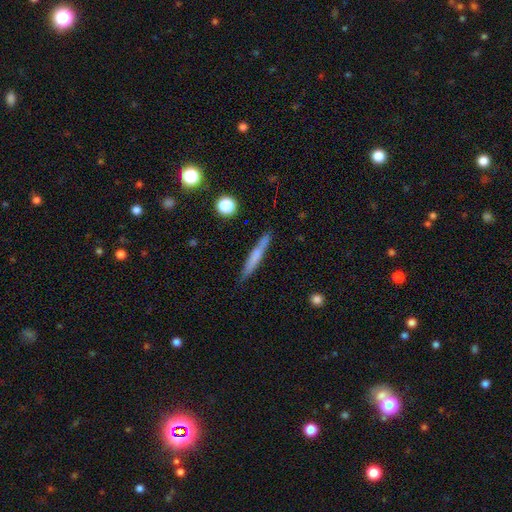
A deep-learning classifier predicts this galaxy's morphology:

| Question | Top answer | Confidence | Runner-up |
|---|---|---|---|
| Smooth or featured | smooth | 61% | featured or disk (32%) |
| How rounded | cigar-shaped | 95% | in between (4%) |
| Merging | none | 85% | minor disturbance (10%) |